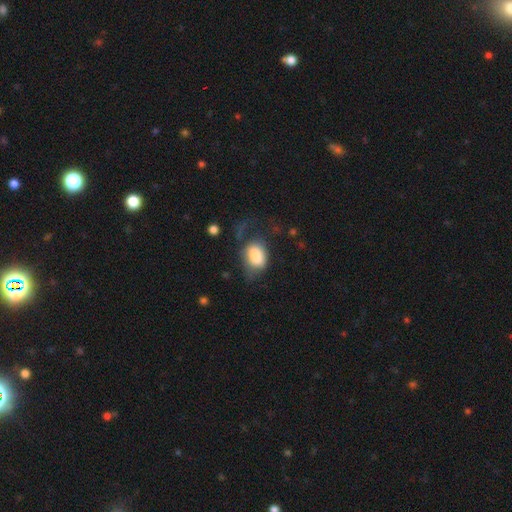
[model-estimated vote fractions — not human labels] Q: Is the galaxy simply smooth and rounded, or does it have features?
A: smooth — 79%.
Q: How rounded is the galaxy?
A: in between — 78%.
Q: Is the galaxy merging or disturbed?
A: none — 38%.